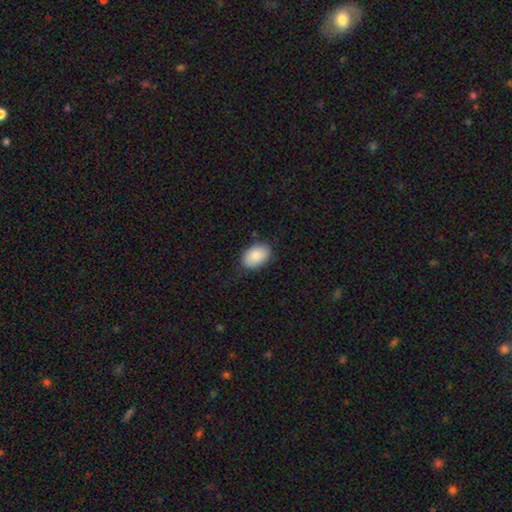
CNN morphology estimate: This appears to be a smooth galaxy with no disk features (85%) that is in between round and cigar-shaped (88%). Merging: none (81%).